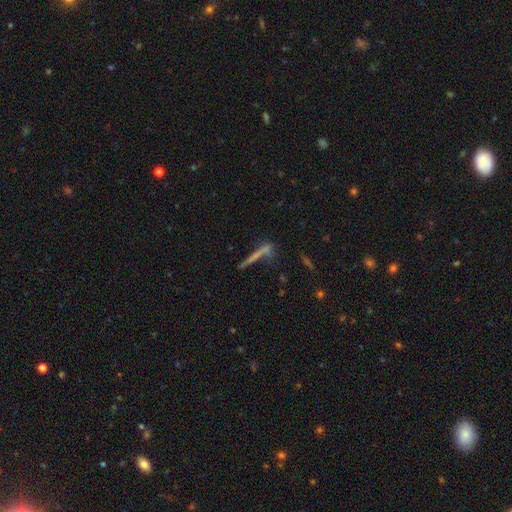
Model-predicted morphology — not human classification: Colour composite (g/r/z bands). It shows a smooth galaxy with no disk features (45%). Merging: none (61%).